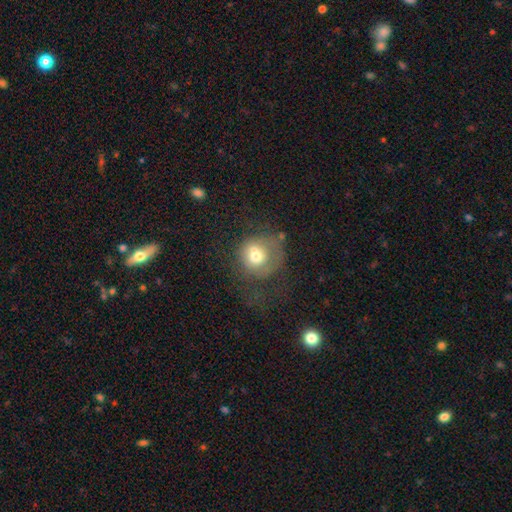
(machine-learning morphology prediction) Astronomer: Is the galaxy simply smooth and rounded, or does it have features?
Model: smooth — 63%.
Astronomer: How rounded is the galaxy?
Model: round — 81%.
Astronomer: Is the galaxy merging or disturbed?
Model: none — 34% (runner-up: major disturbance, 27%).